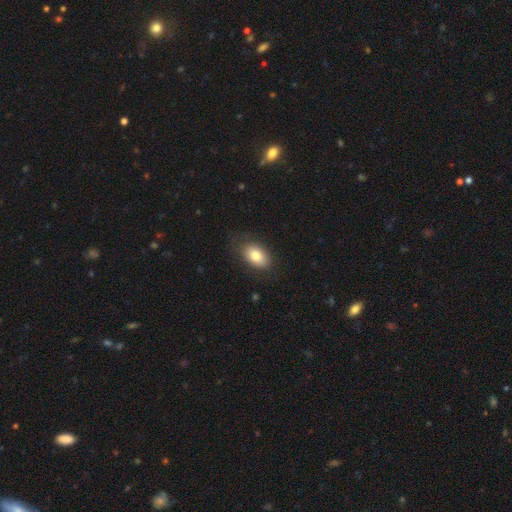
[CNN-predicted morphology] smooth-or-featured: smooth: 80% | featured or disk: 12% | star or artifact: 8%
  how-rounded: in between: 87% | round: 12% | cigar-shaped: 1%
  merging: none: 79% | minor disturbance: 15% | major disturbance: 5% | merger: 1%